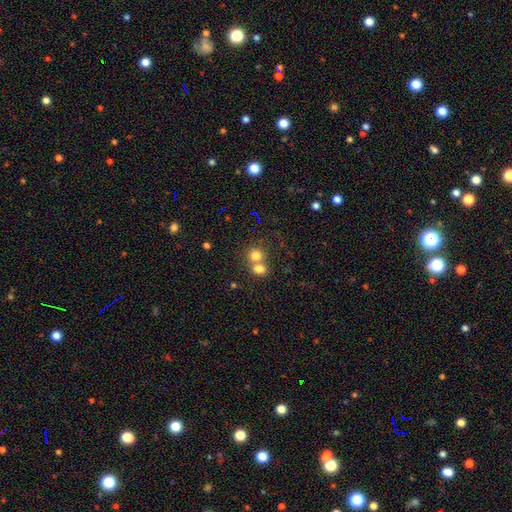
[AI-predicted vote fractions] Smooth or featured: smooth — 77% (star or artifact — 13%)
How rounded: round — 76% (in between — 23%)
Merging: merger — 55% (none — 37%)